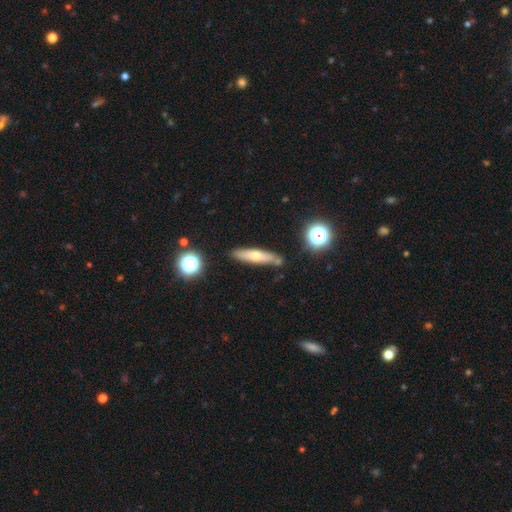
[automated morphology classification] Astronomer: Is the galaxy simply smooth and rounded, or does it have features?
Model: smooth — 54% (runner-up: featured or disk, 38%).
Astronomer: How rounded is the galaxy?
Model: cigar-shaped — 80%.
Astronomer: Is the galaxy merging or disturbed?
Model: none — 78%.